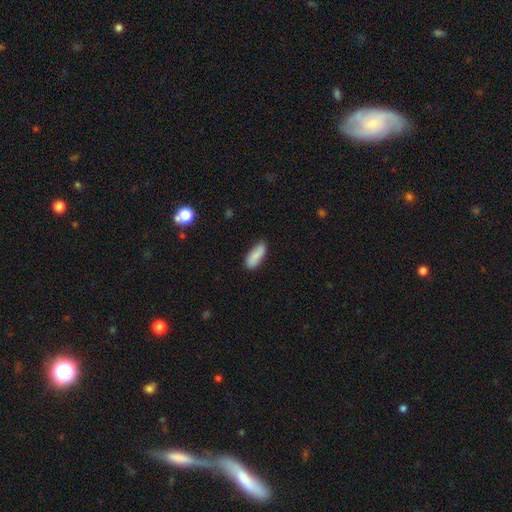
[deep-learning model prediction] Smooth or featured? smooth (86%)
How rounded? in between (72%)
Merging? none (78%)